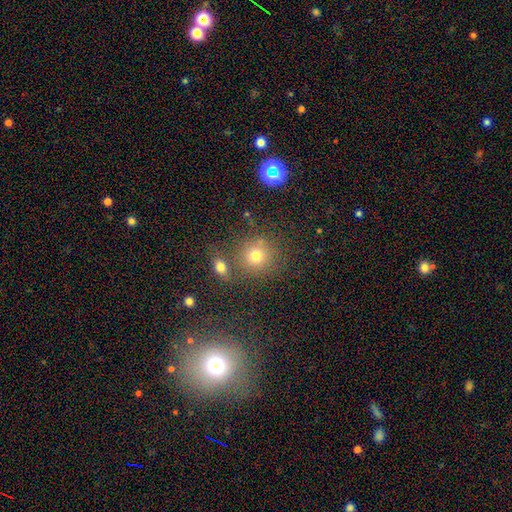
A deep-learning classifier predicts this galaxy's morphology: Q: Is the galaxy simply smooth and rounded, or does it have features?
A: smooth — 72%.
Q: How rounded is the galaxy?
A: round — 86%.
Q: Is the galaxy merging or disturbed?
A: none — 68%.